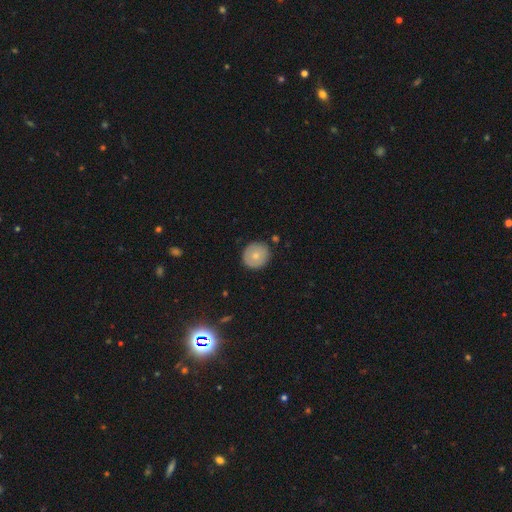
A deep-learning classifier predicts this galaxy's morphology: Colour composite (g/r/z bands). It shows a smooth galaxy with no disk features (71%) that is round (91%). Merging: none (87%).